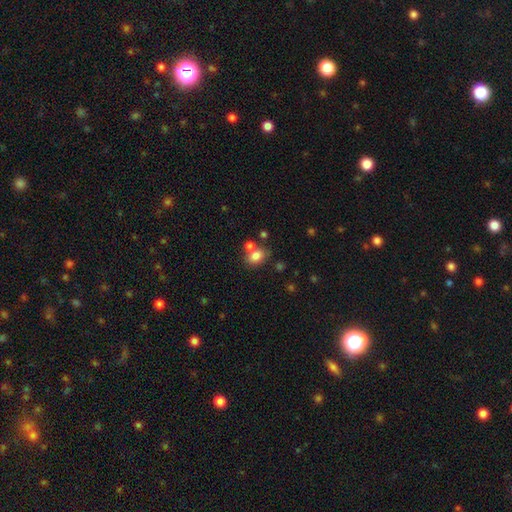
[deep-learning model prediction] smooth-or-featured: smooth: 80% | star or artifact: 11% | featured or disk: 9%
  how-rounded: in between: 63% | round: 35% | cigar-shaped: 1%
  merging: none: 59% | merger: 25% | minor disturbance: 12% | major disturbance: 4%